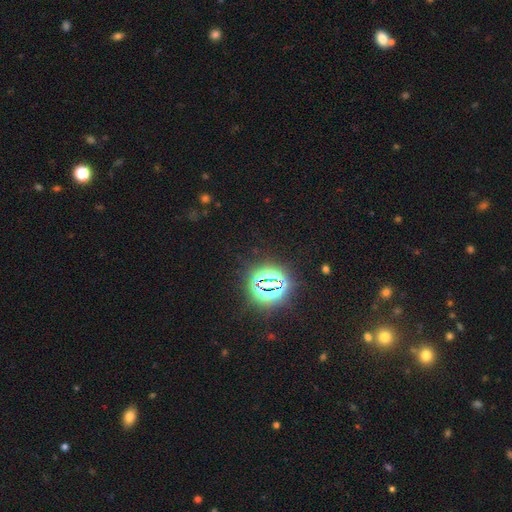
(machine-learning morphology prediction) The model was most divided on "smooth or featured": star or artifact: 82%, smooth: 12%, featured or disk: 6%.